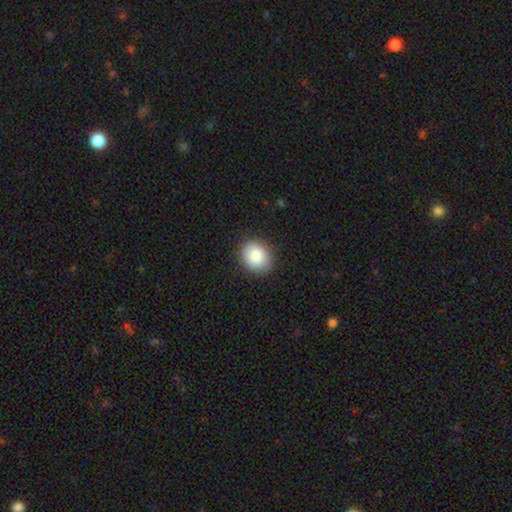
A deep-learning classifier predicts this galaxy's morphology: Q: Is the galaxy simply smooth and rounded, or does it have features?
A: smooth — 87%.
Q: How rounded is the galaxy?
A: round — 60%.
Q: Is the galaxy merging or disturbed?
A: none — 86%.